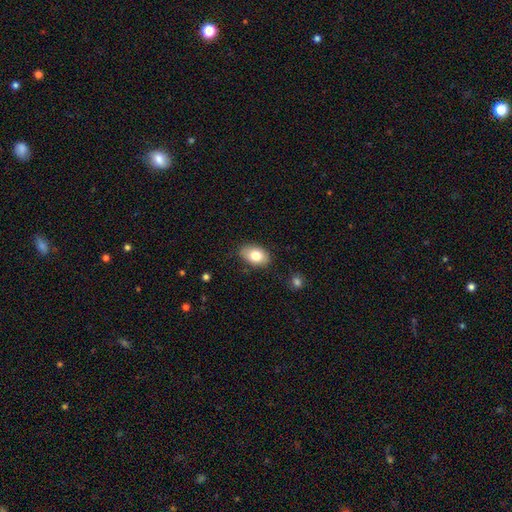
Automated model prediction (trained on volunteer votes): smooth 80%, featured or disk 13%, star or artifact 7%. Down the decision tree: how rounded — in between (89%); merging — none (82%).